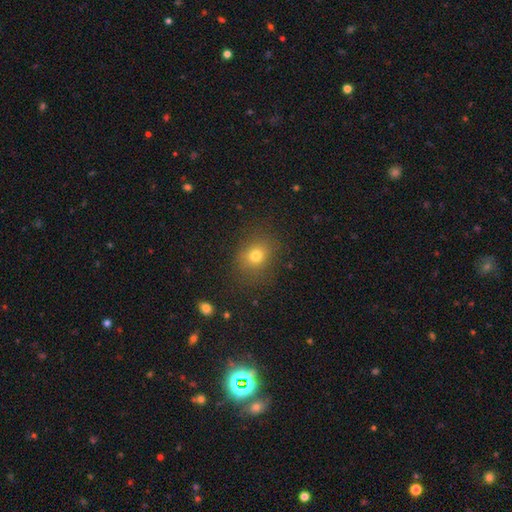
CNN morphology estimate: This is likely a smooth galaxy (75%). How rounded: likely round (63%). Merging: clearly none (82%).